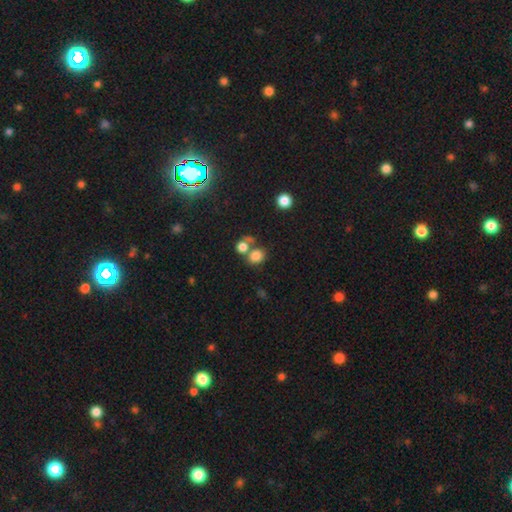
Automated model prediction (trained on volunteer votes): smooth 79%, star or artifact 12%, featured or disk 9%. Down the decision tree: how rounded — round (67%); merging — none (46%).